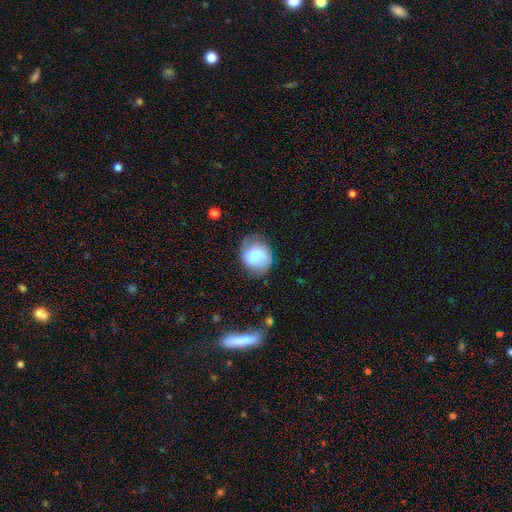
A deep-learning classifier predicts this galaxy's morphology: Smooth or featured?
  - smooth: 66% *
  - featured or disk: 26%
  - star or artifact: 8%
How rounded?
  - round: 68% *
  - in between: 31%
  - cigar-shaped: 1%
Merging?
  - none: 58% *
  - minor disturbance: 28%
  - major disturbance: 11%
  - merger: 2%